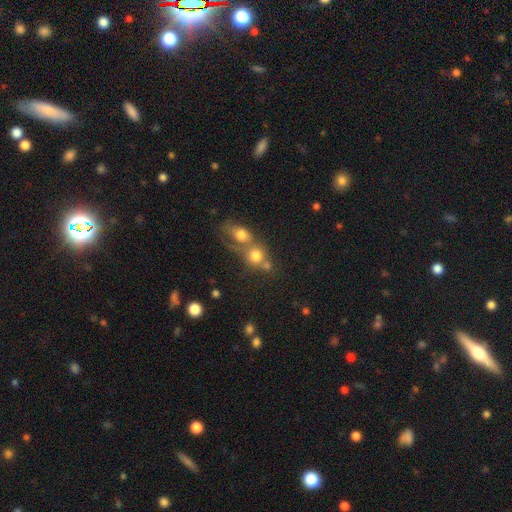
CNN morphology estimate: Smooth or featured? smooth (70%)
How rounded? round (74%)
Merging? merger (59%)